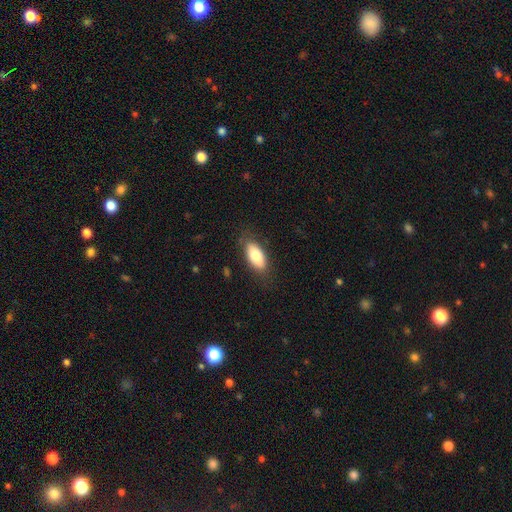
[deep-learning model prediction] A smooth galaxy with no disk features (80%) that is in between round and cigar-shaped (89%).

Vote fractions:
- Smooth or featured? smooth: 80% / featured or disk: 14% / star or artifact: 6%
- How rounded? in between: 89% / cigar-shaped: 8% / round: 3%
- Merging? none: 82% / minor disturbance: 13% / major disturbance: 4% / merger: 1%